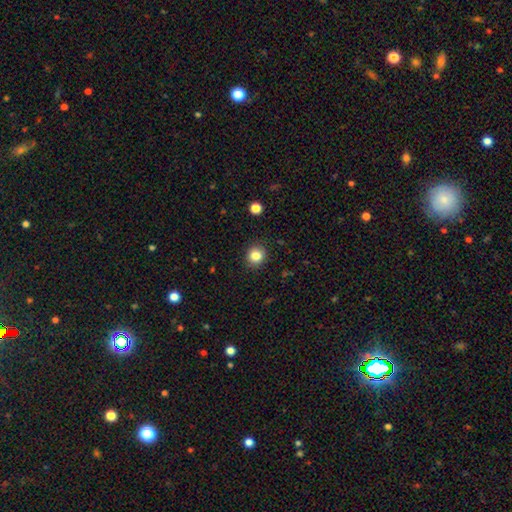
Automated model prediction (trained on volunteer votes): This appears to be a smooth galaxy with no disk features (83%) that is round (81%). Merging: none (90%).